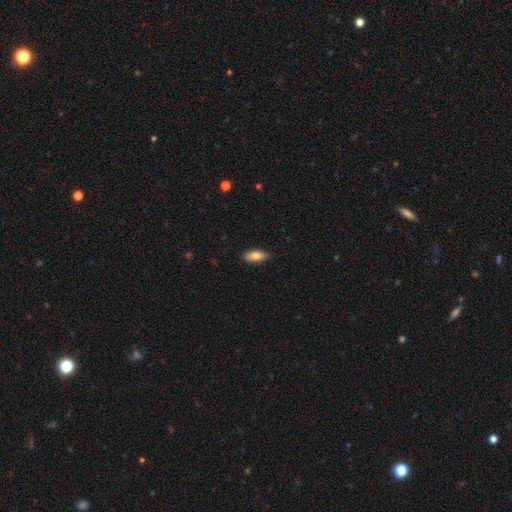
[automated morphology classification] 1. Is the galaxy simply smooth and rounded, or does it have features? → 79% smooth, 14% featured or disk, 6% star or artifact.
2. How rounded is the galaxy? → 78% in between, 20% cigar-shaped, 3% round.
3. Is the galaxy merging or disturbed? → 82% none, 15% minor disturbance, 2% major disturbance, 1% merger.